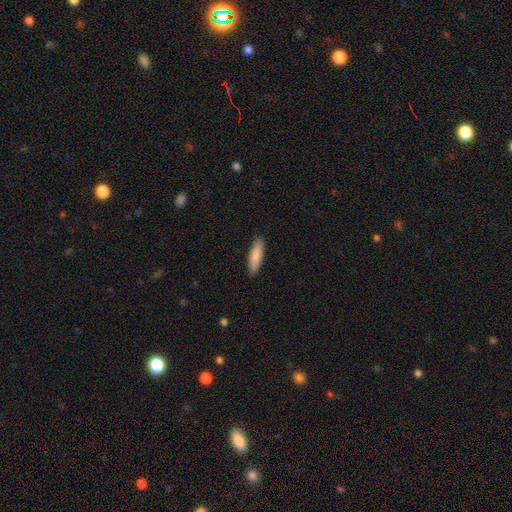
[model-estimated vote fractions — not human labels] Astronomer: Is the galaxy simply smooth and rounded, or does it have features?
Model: smooth — 86%.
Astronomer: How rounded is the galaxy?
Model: cigar-shaped — 62% (runner-up: in between, 37%).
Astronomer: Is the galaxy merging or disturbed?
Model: none — 89%.